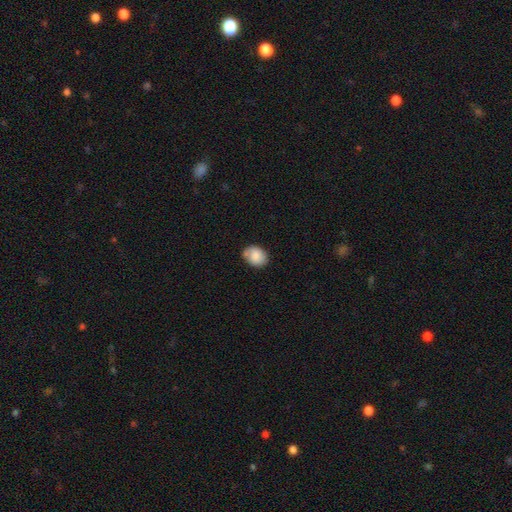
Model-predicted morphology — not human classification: The model was most divided on "how rounded": in between: 54%, round: 45%, cigar-shaped: 1%. More confident: smooth or featured — smooth (83%); merging — none (64%).